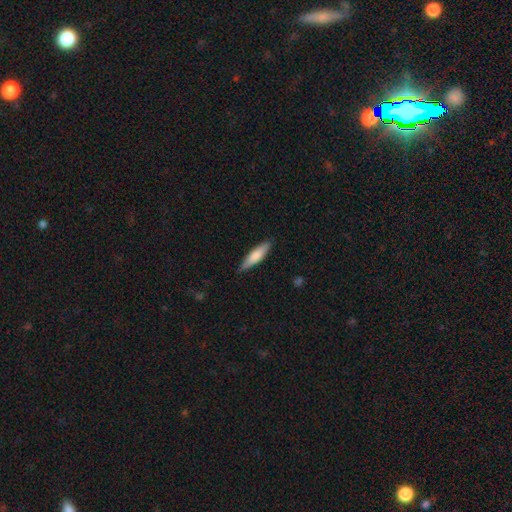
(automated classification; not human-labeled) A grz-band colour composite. It shows a smooth galaxy with no disk features (72%) that is cigar-shaped (73%). Merging: none (85%).